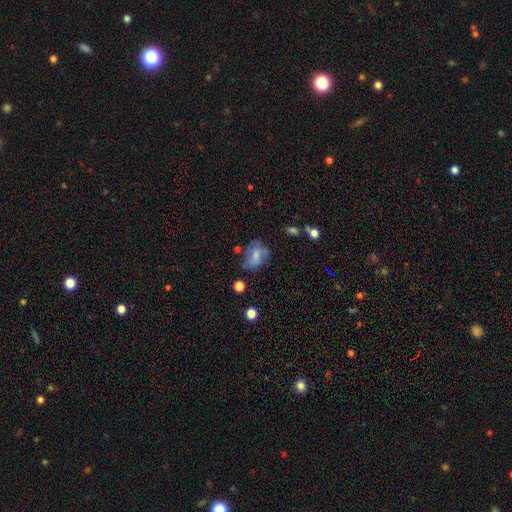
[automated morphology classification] smooth-or-featured: smooth: 63% | featured or disk: 27% | star or artifact: 10%
  how-rounded: in between: 69% | round: 29% | cigar-shaped: 2%
  merging: none: 44% | minor disturbance: 31% | major disturbance: 19% | merger: 6%